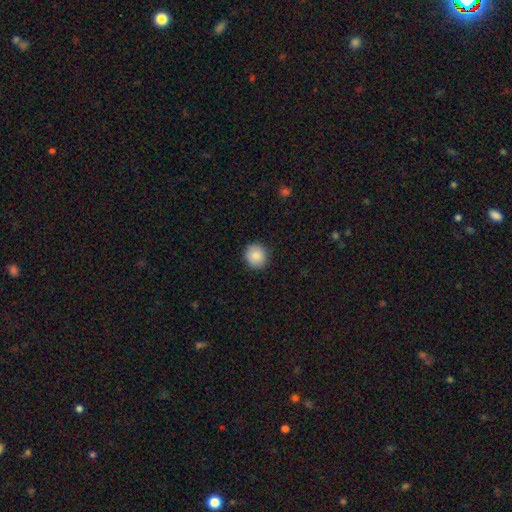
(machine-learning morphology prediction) smooth_or_featured: smooth (p=0.87) [alt: star or artifact p=0.08]
how_rounded: round (p=0.89) [alt: in between p=0.10]
merging: none (p=0.91) [alt: minor disturbance p=0.07]